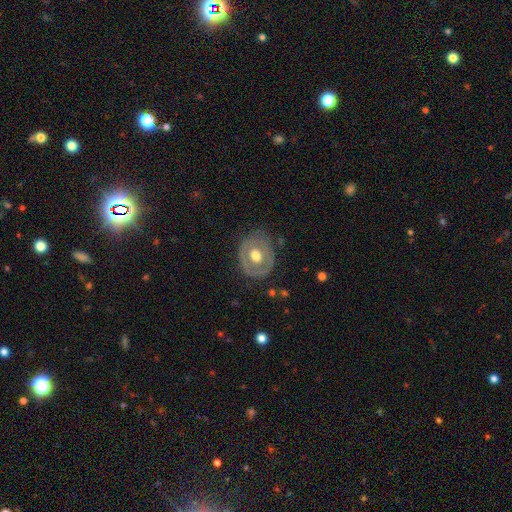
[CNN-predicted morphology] This appears to be a featured or disk galaxy (54%) with no bar (81%), no spiral arms (83%) and a moderate central bulge (69%). Merging: none (72%).